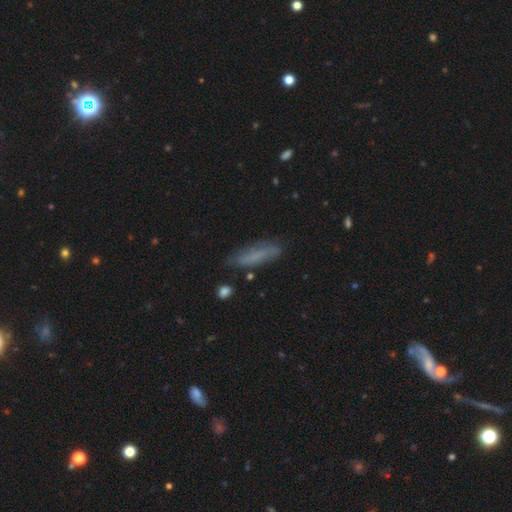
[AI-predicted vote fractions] A smooth galaxy with no disk features (66%) that is cigar-shaped (72%).

Vote fractions:
- Smooth or featured? smooth: 66% / featured or disk: 25% / star or artifact: 9%
- How rounded? cigar-shaped: 72% / in between: 26% / round: 2%
- Merging? none: 74% / minor disturbance: 18% / major disturbance: 5% / merger: 3%